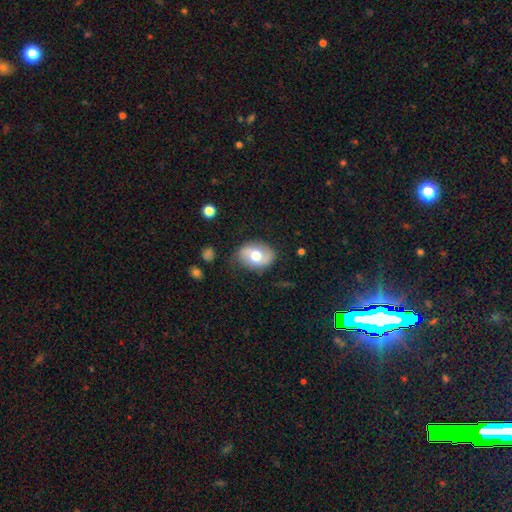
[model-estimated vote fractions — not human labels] This is possibly a smooth galaxy (47%). Merging: likely none (75%).